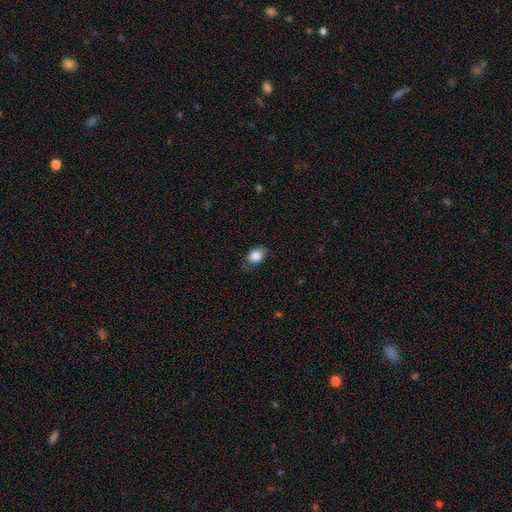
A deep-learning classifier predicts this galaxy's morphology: Overall: smooth (83%). How rounded: in between (74%). Merging: none (72%).